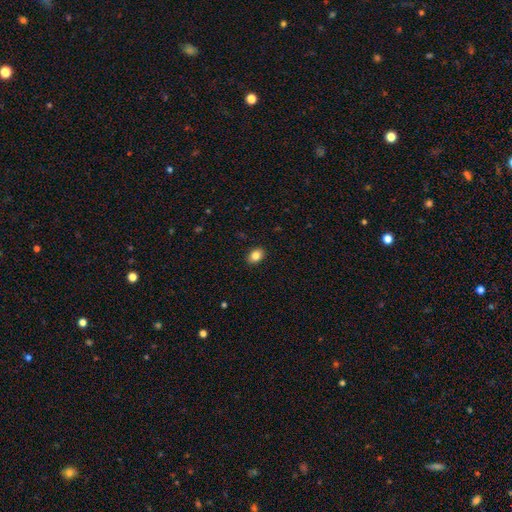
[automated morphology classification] A smooth galaxy with no disk features (84%) that is in between round and cigar-shaped (74%).

Vote fractions:
- Smooth or featured? smooth: 84% / star or artifact: 9% / featured or disk: 7%
- How rounded? in between: 74% / round: 25% / cigar-shaped: 1%
- Merging? none: 90% / minor disturbance: 7% / major disturbance: 2% / merger: 1%